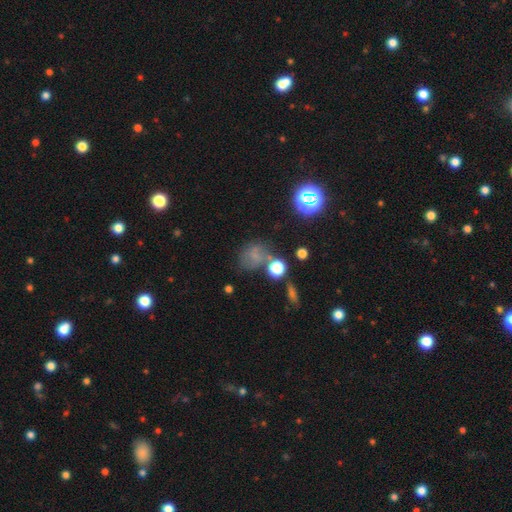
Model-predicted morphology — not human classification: smooth 54%, star or artifact 27%, featured or disk 19%. Down the decision tree: how rounded — round (59%); merging — none (47%).